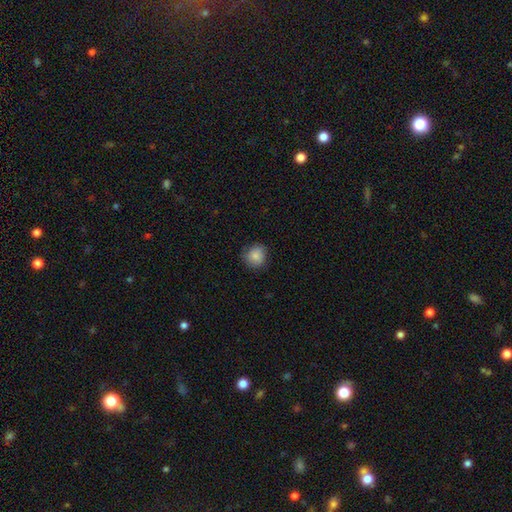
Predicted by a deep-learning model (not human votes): smooth_or_featured: smooth (p=0.85) [alt: star or artifact p=0.08]
how_rounded: round (p=0.86) [alt: in between p=0.14]
merging: none (p=0.79) [alt: minor disturbance p=0.16]